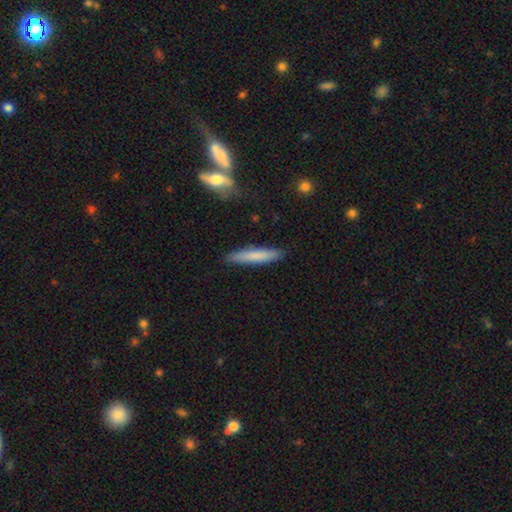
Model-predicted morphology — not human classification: The model was most divided on "smooth or featured": smooth: 74%, featured or disk: 20%, star or artifact: 6%. More confident: how rounded — cigar-shaped (90%); merging — none (88%).